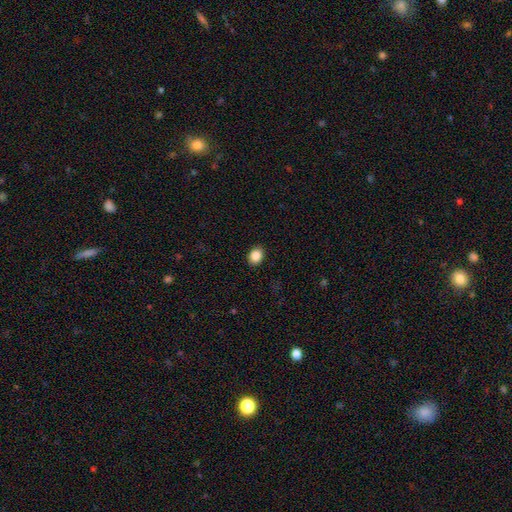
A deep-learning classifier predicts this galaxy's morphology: Smooth or featured: smooth — 87% (star or artifact — 9%)
How rounded: in between — 57% (round — 42%)
Merging: none — 91% (minor disturbance — 6%)